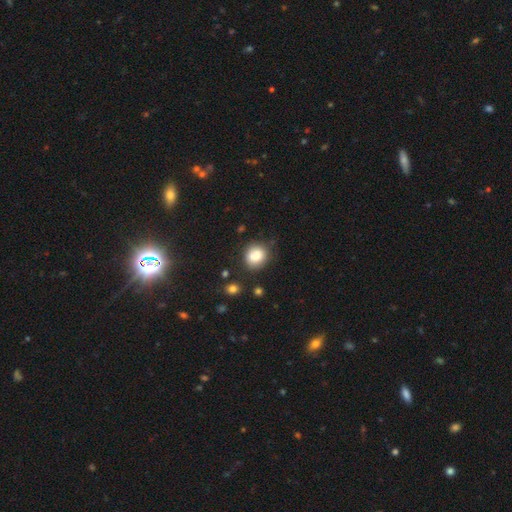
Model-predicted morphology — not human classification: A smooth galaxy with no disk features (84%) that is round (72%). Merging: none (72%).